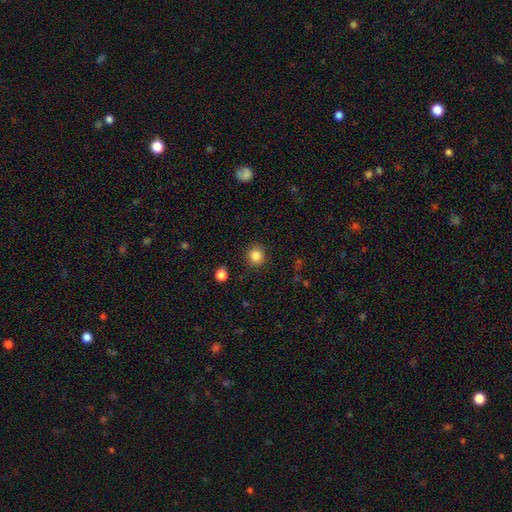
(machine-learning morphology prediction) Overall: smooth (85%). How rounded: round (90%). Merging: none (89%).